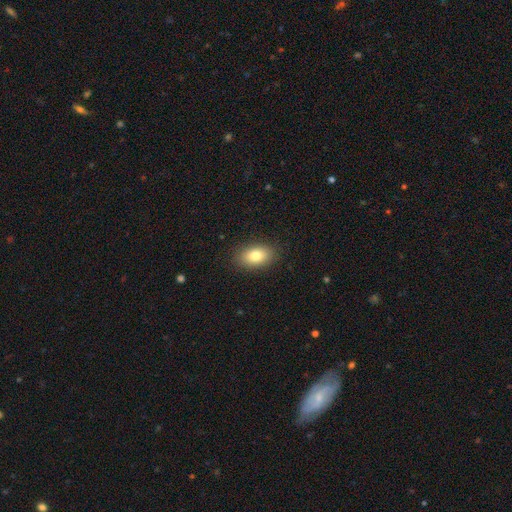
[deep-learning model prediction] The model was most divided on "smooth or featured": smooth: 80%, featured or disk: 12%, star or artifact: 9%. More confident: how rounded — in between (89%); merging — none (88%).